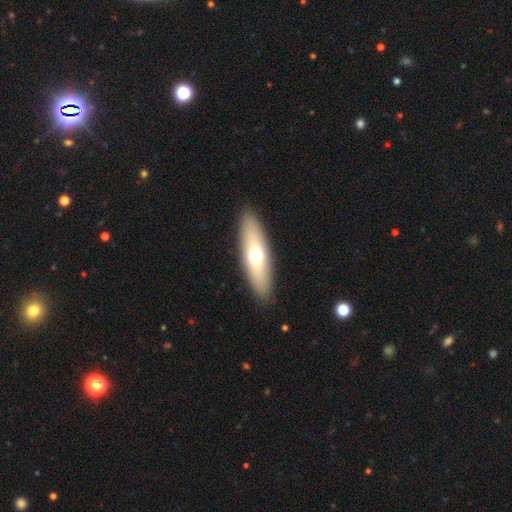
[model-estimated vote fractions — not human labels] Smooth or featured: smooth — 59% (featured or disk — 34%)
How rounded: cigar-shaped — 54% (in between — 43%)
Merging: none — 89% (minor disturbance — 7%)